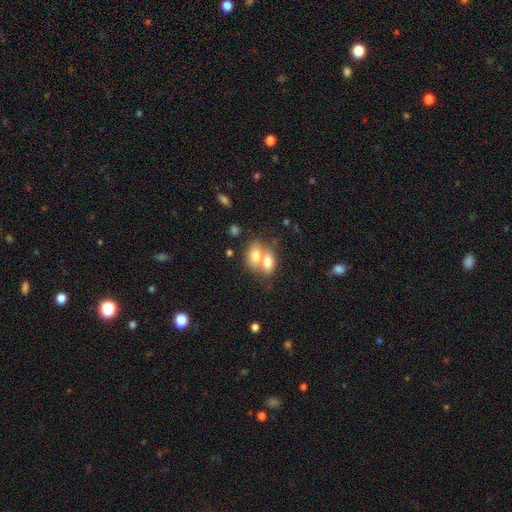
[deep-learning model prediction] A smooth galaxy with no disk features (75%) that is in between round and cigar-shaped (84%).

Vote fractions:
- Smooth or featured? smooth: 75% / featured or disk: 18% / star or artifact: 7%
- How rounded? in between: 84% / round: 13% / cigar-shaped: 3%
- Merging? merger: 67% / none: 23% / minor disturbance: 7% / major disturbance: 3%